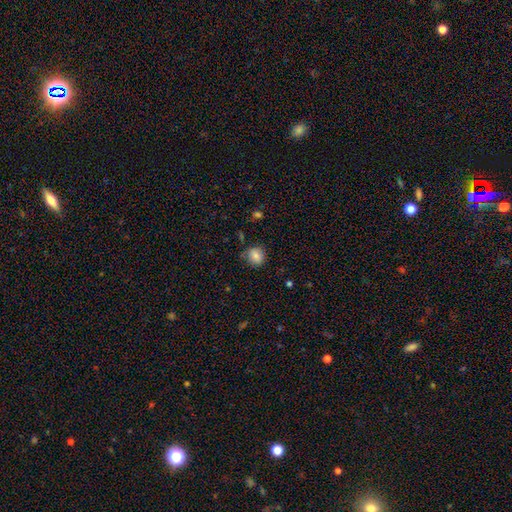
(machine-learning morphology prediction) The model was most divided on "merging": none: 72%, minor disturbance: 21%, major disturbance: 5%, merger: 2%. More confident: smooth or featured — smooth (83%); how rounded — round (79%).